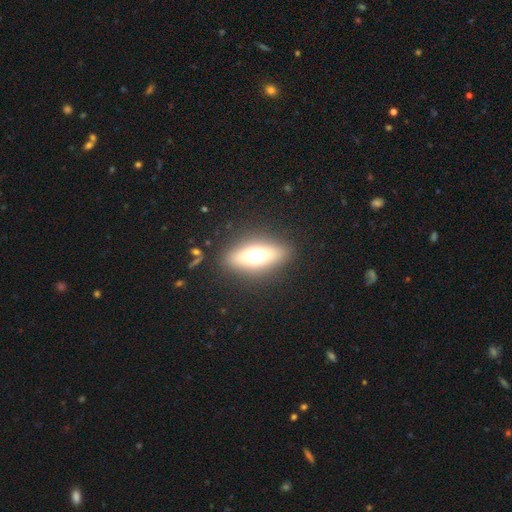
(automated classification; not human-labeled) Smooth or featured?
  - smooth: 51% *
  - featured or disk: 35%
  - star or artifact: 14%
How rounded?
  - in between: 65% *
  - cigar-shaped: 22%
  - round: 13%
Merging?
  - none: 86% *
  - minor disturbance: 8%
  - major disturbance: 4%
  - merger: 2%